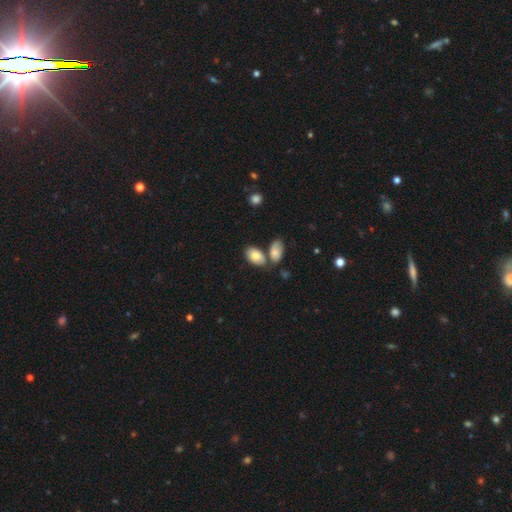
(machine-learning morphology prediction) This is likely a smooth galaxy (80%). How rounded: clearly in between (93%). Merging: possibly none (55%).